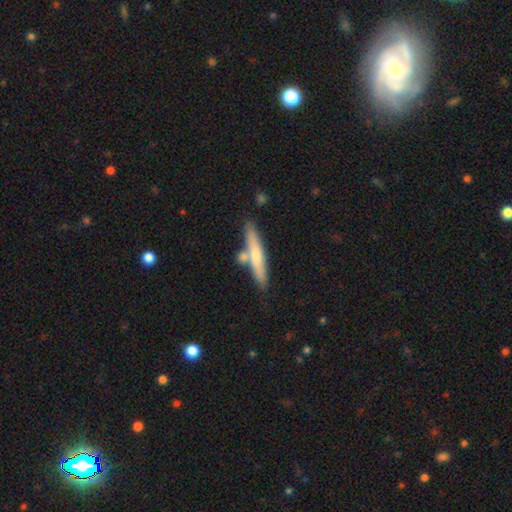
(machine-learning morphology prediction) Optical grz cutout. It shows a smooth galaxy with no disk features (58%) that is cigar-shaped (91%). Merging: none (71%).